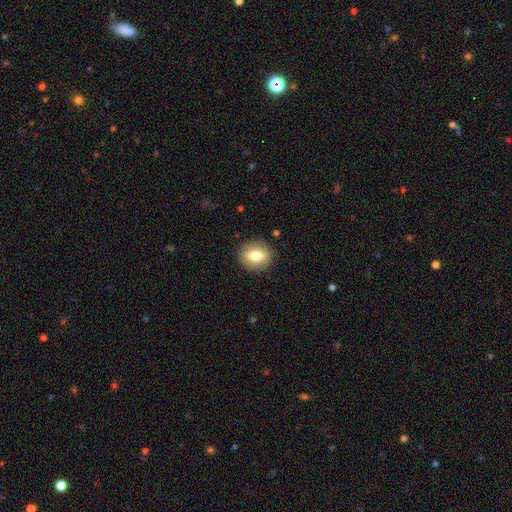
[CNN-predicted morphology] Overall: smooth (71%). How rounded: round (61%; in between 37%). Merging: none (89%).